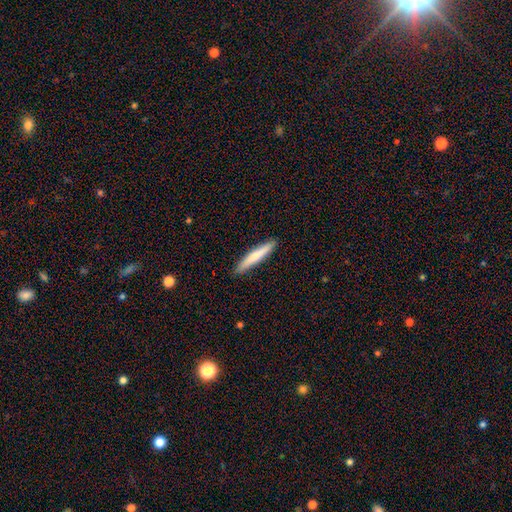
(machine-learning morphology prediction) Overall: smooth (71%). How rounded: cigar-shaped (94%). Merging: none (90%).